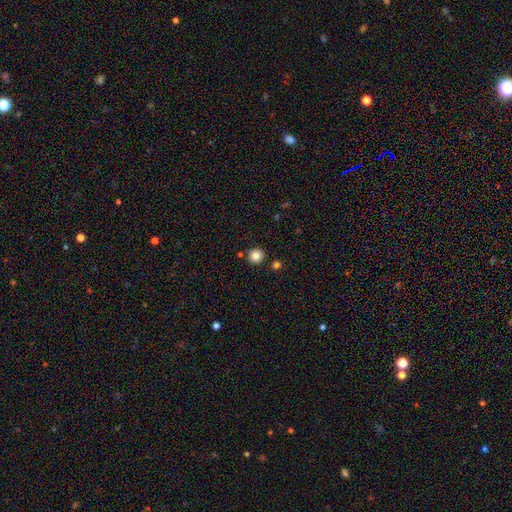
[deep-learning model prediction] Smooth or featured? Predicted: smooth (p=0.83). How rounded? Predicted: round (p=0.94). Merging? Predicted: none (p=0.88).